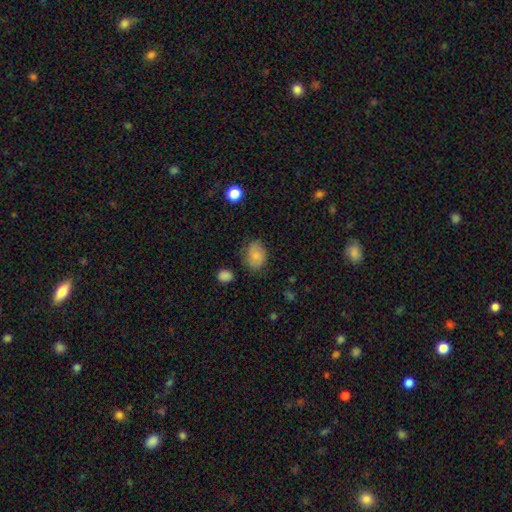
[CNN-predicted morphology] smooth-or-featured: smooth: 81% | featured or disk: 10% | star or artifact: 9%
  how-rounded: in between: 70% | round: 29% | cigar-shaped: 1%
  merging: none: 66% | minor disturbance: 24% | major disturbance: 7% | merger: 3%